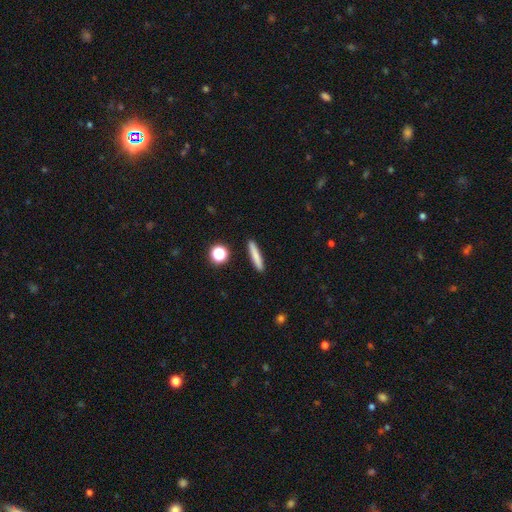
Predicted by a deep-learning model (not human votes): Smooth or featured? smooth (78%)
How rounded? cigar-shaped (90%)
Merging? none (91%)